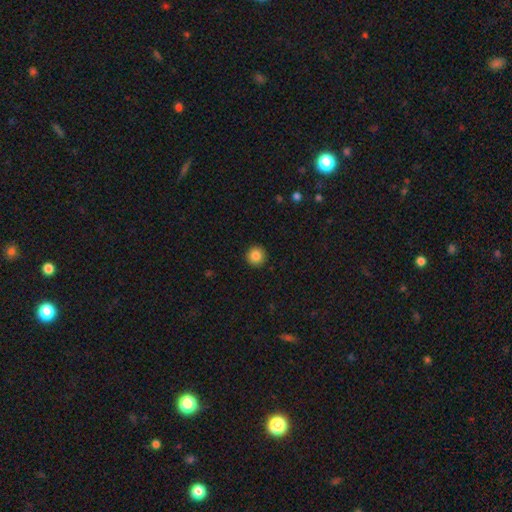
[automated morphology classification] This is clearly a smooth galaxy (85%). How rounded: clearly round (95%). Merging: clearly none (93%).